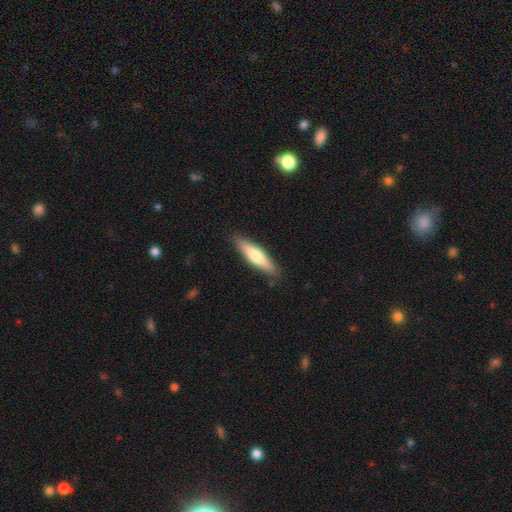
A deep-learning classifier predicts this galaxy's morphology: This is possibly a smooth galaxy (59%). How rounded: likely cigar-shaped (73%). Merging: clearly none (88%).